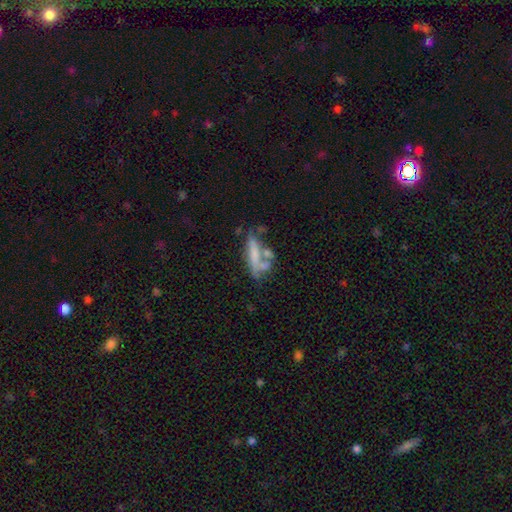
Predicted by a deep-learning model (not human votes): Morphology: type=smooth (52%); roundness=cigar-shaped (57%); merging=merger (38%).